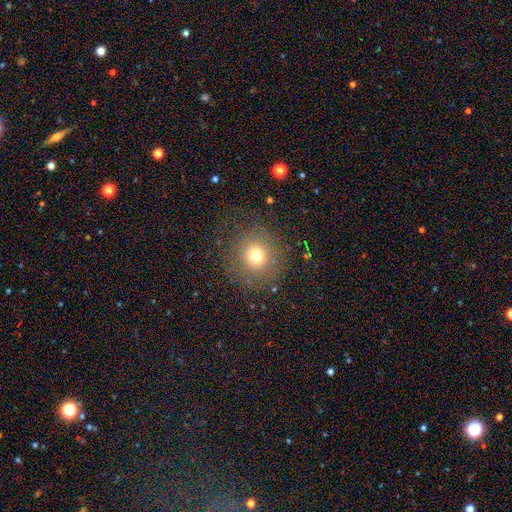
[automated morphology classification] Smooth or featured: smooth — 71% (star or artifact — 17%)
How rounded: round — 90% (in between — 9%)
Merging: none — 81% (minor disturbance — 10%)